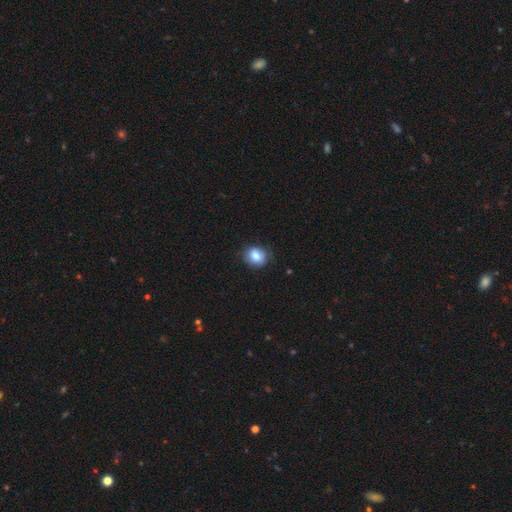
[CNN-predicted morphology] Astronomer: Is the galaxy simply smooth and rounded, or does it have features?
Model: smooth — 83%.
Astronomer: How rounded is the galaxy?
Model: round — 67%.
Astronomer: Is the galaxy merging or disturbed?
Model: none — 81%.